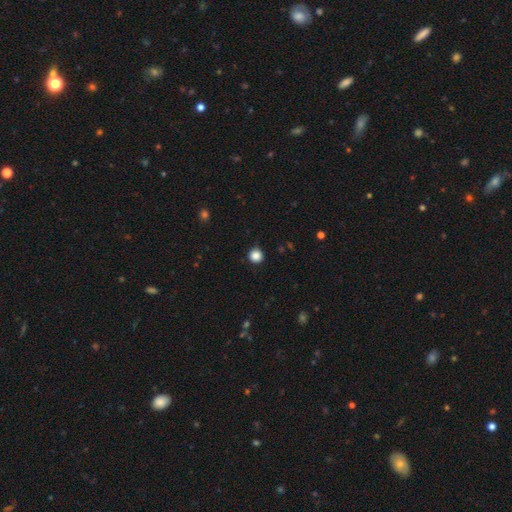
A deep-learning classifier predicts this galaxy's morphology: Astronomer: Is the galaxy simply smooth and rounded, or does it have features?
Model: smooth — 86%.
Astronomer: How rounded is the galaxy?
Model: round — 95%.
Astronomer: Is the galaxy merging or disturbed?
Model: none — 90%.